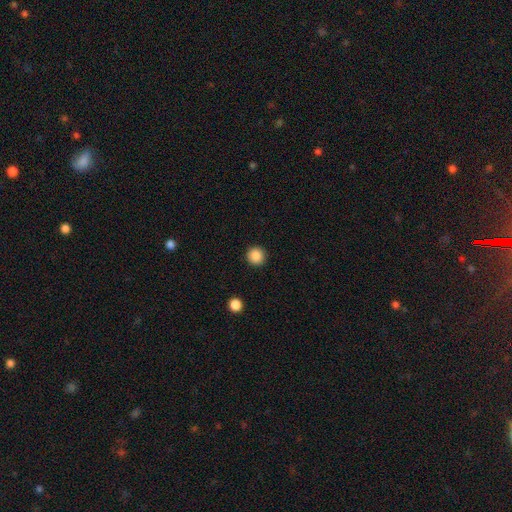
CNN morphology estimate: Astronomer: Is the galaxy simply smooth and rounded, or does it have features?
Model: smooth — 88%.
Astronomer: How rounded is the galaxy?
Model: round — 95%.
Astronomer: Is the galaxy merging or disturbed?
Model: none — 93%.